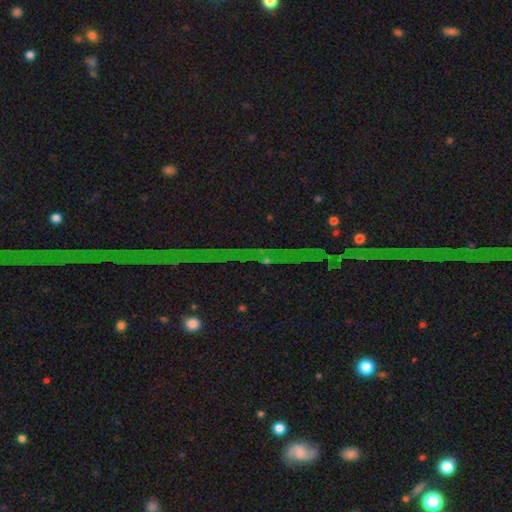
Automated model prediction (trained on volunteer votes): The model was most divided on "smooth or featured": star or artifact: 81%, featured or disk: 11%, smooth: 7%.